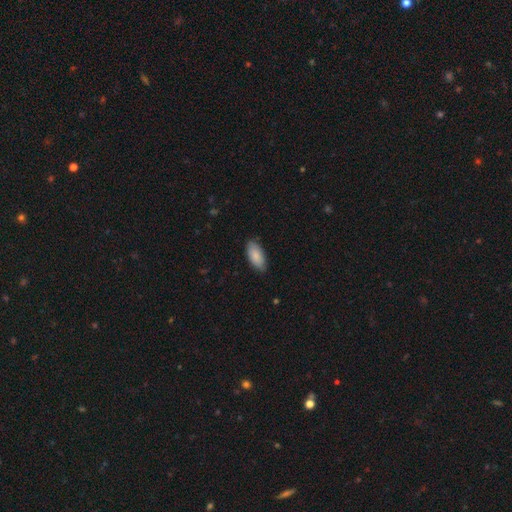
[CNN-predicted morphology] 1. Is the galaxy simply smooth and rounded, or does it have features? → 87% smooth, 7% featured or disk, 5% star or artifact.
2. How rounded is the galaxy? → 91% in between, 8% cigar-shaped, 2% round.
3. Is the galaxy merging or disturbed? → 85% none, 12% minor disturbance, 2% major disturbance, 1% merger.